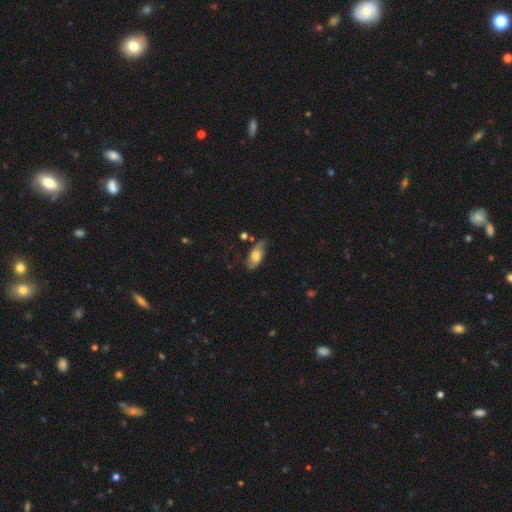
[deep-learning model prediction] Morphology: type=smooth (60%); roundness=in between (86%); merging=none (63%).